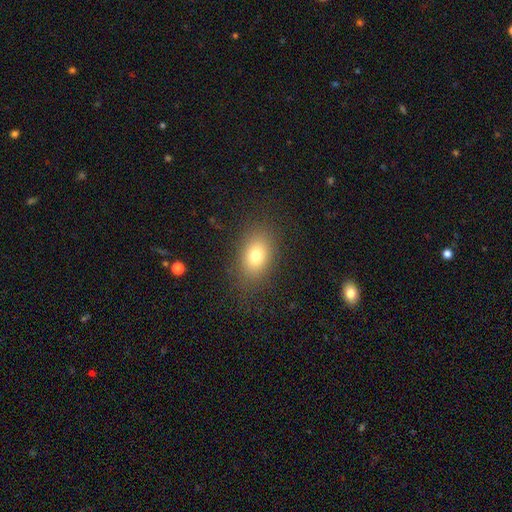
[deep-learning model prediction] The model was most divided on "how rounded": in between: 78%, round: 20%, cigar-shaped: 2%. More confident: merging — none (83%); smooth or featured — smooth (76%).